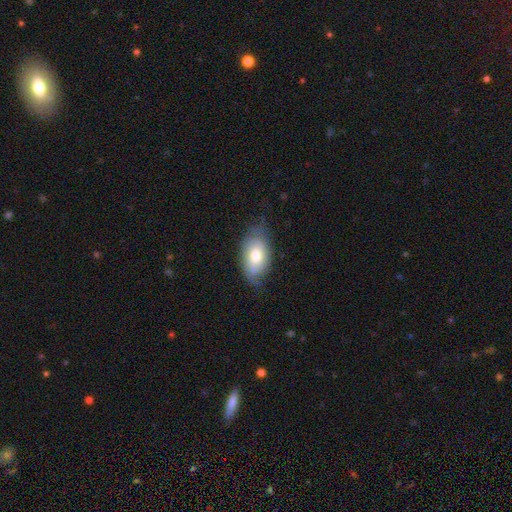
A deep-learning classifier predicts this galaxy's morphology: Q: Smooth or featured?
A: smooth (55%); runner-up: featured or disk (38%)
Q: How rounded?
A: in between (91%); runner-up: round (6%)
Q: Merging?
A: none (64%); runner-up: minor disturbance (27%)